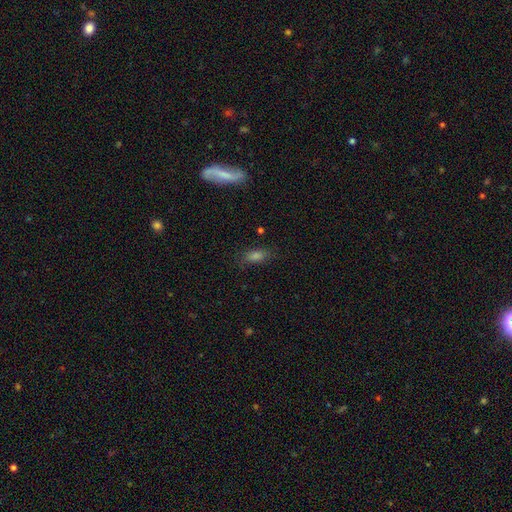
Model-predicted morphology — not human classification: Smooth or featured: smooth — 68% (featured or disk — 16%)
How rounded: in between — 72% (cigar-shaped — 21%)
Merging: none — 76% (minor disturbance — 16%)